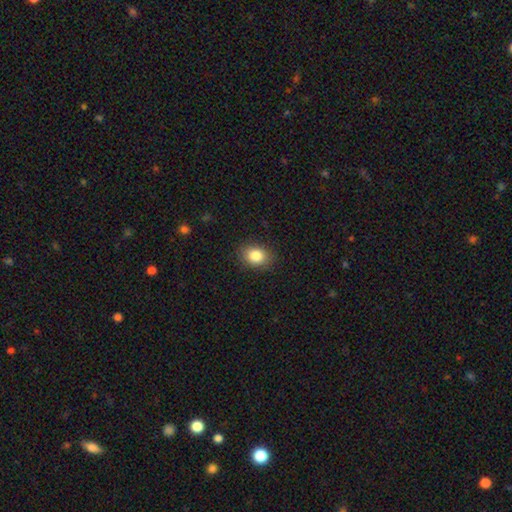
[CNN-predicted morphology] smooth-or-featured: smooth: 84% | star or artifact: 9% | featured or disk: 6%
  how-rounded: in between: 58% | round: 41% | cigar-shaped: 1%
  merging: none: 87% | minor disturbance: 9% | major disturbance: 3% | merger: 1%